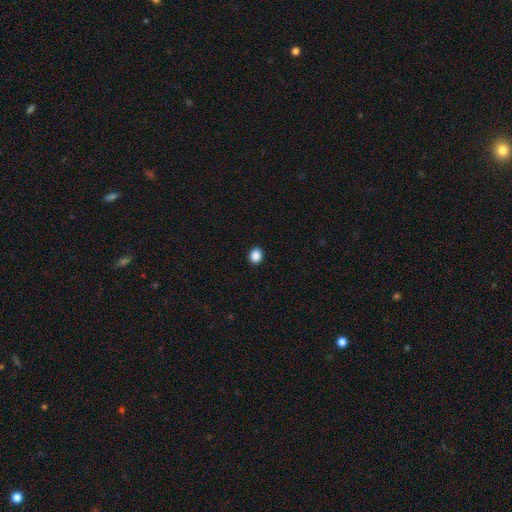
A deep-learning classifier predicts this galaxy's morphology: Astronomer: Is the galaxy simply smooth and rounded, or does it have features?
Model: smooth — 88%.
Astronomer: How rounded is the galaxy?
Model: round — 75%.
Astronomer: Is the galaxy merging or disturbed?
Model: none — 92%.